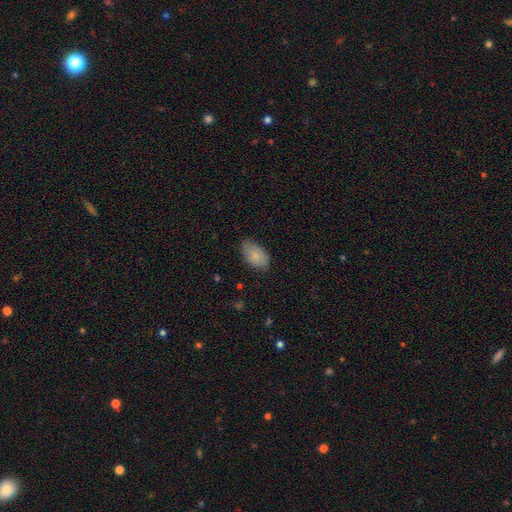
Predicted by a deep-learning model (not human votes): Smooth or featured?
  - smooth: 82% *
  - featured or disk: 12%
  - star or artifact: 7%
How rounded?
  - in between: 93% *
  - round: 5%
  - cigar-shaped: 2%
Merging?
  - none: 70% *
  - minor disturbance: 25%
  - major disturbance: 4%
  - merger: 1%